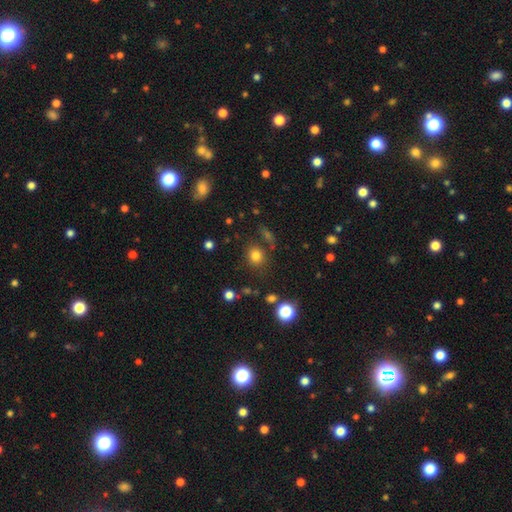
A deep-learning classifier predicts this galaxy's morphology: This appears to be a smooth galaxy with no disk features (77%) that is round (78%). Merging: none (77%).